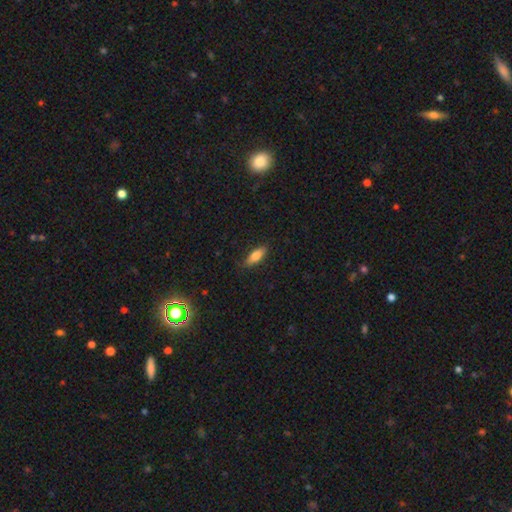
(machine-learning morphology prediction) smooth_or_featured: smooth (p=0.80) [alt: featured or disk p=0.13]
how_rounded: in between (p=0.67) [alt: cigar-shaped p=0.31]
merging: none (p=0.84) [alt: minor disturbance p=0.13]